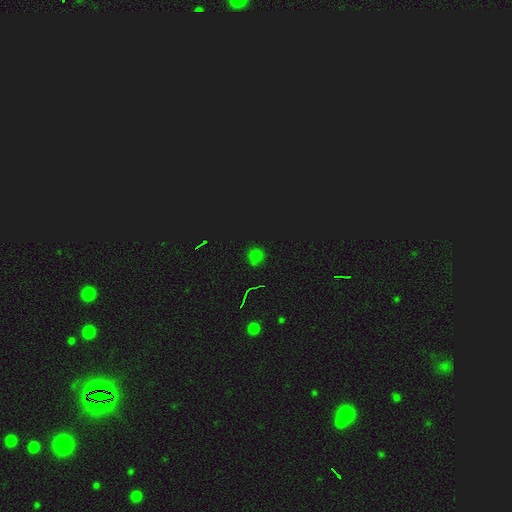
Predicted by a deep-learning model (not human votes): The model was most divided on "smooth or featured": smooth: 56%, star or artifact: 39%, featured or disk: 5%. More confident: how rounded — round (91%); merging — none (84%).